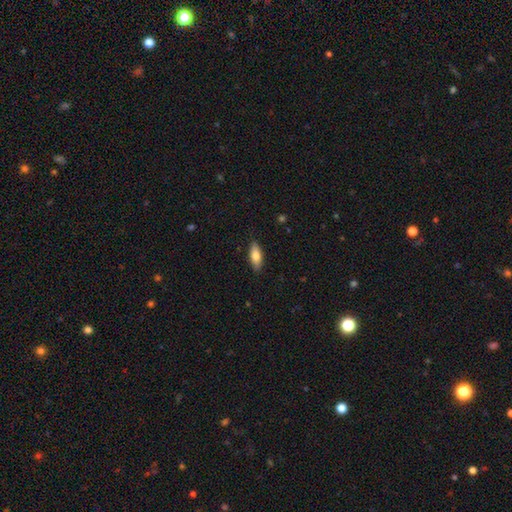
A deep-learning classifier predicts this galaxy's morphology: This is likely a smooth galaxy (72%). How rounded: likely in between (68%). Merging: clearly none (87%).